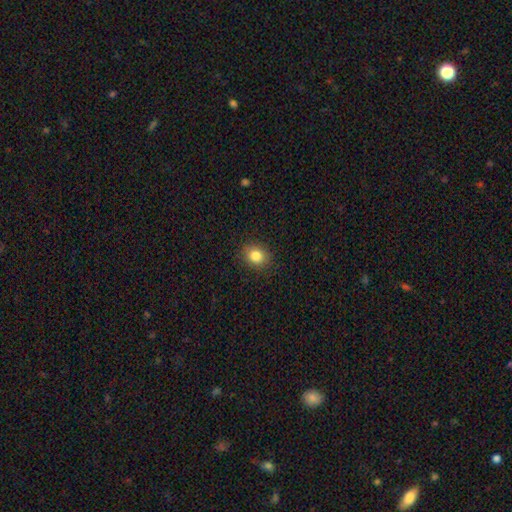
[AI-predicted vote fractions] smooth-or-featured: smooth: 83% | star or artifact: 10% | featured or disk: 6%
  how-rounded: round: 61% | in between: 38% | cigar-shaped: 1%
  merging: none: 89% | minor disturbance: 8% | major disturbance: 2% | merger: 1%